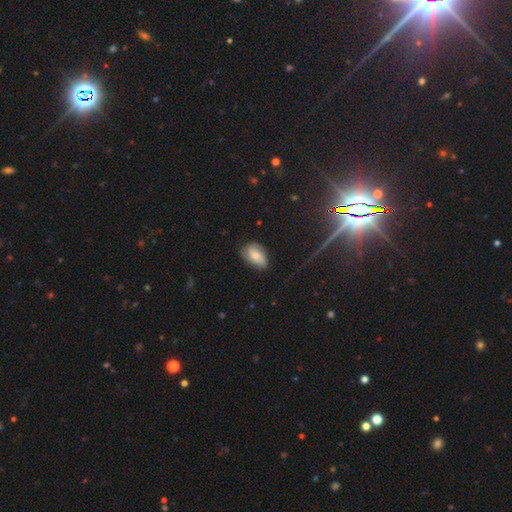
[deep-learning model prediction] Smooth or featured: smooth — 62% (featured or disk — 28%)
How rounded: in between — 89% (round — 8%)
Merging: none — 65% (minor disturbance — 27%)